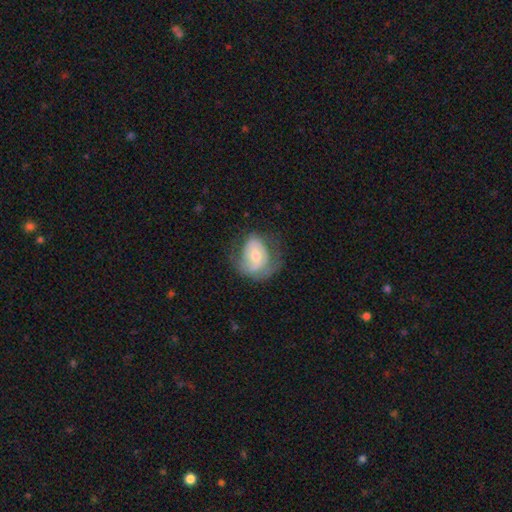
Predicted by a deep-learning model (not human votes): Smooth or featured? featured or disk (49%)
Merging? none (49%)